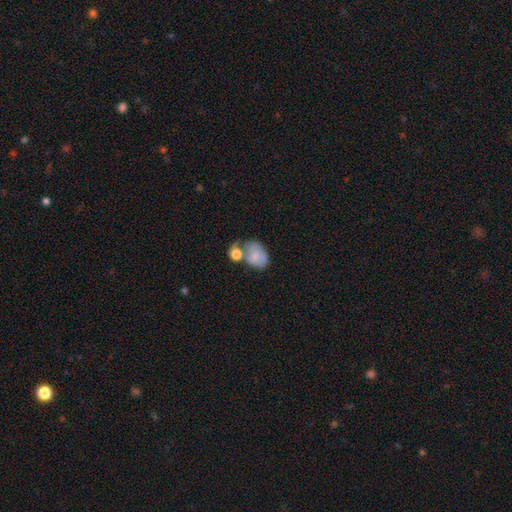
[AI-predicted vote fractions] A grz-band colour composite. It shows a smooth galaxy with no disk features (67%) that is in between round and cigar-shaped (74%). Merging: merger (39%).